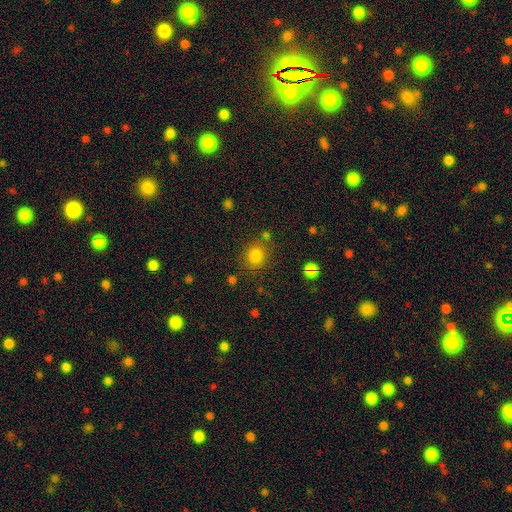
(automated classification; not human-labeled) Morphology: type=smooth (80%); roundness=round (79%); merging=none (79%).